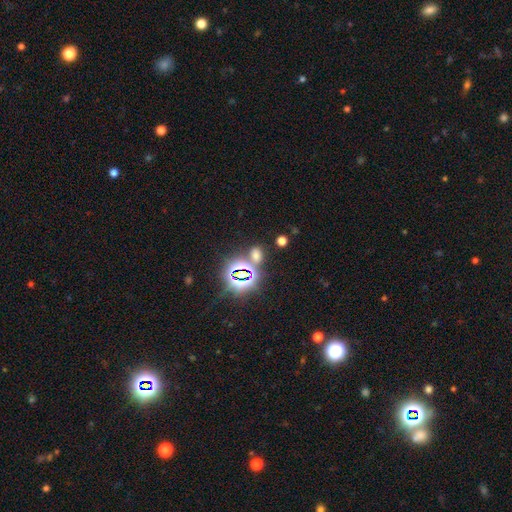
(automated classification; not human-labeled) Morphology: type=star or artifact (47%).